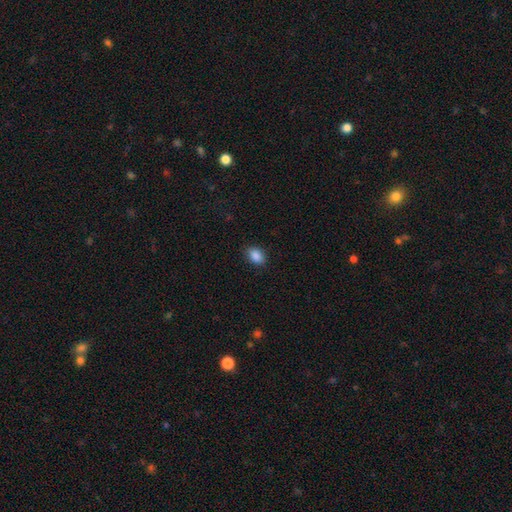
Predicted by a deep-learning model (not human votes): A smooth galaxy with no disk features (89%) that is in between round and cigar-shaped (81%). Merging: none (86%).